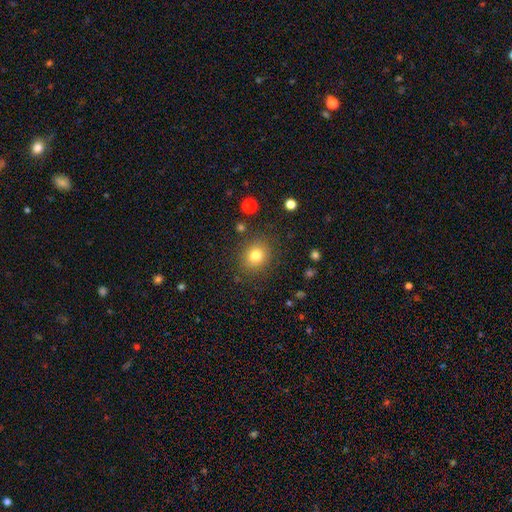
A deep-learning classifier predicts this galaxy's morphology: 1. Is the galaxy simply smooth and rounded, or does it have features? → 80% smooth, 12% star or artifact, 8% featured or disk.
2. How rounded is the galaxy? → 72% round, 27% in between, 1% cigar-shaped.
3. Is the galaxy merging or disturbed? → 85% none, 9% minor disturbance, 4% major disturbance, 2% merger.